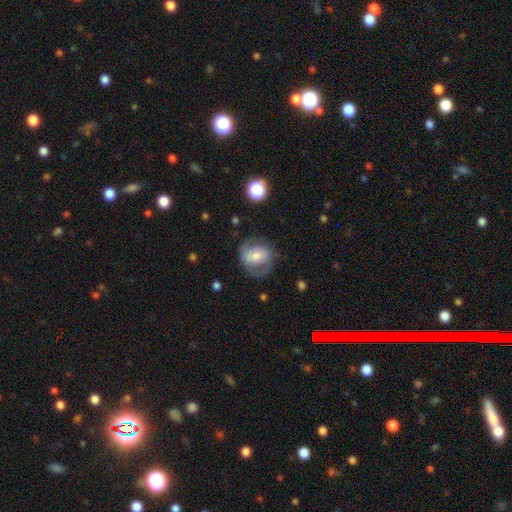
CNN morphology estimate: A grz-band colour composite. It shows a featured or disk galaxy (48%). Merging: none (65%).